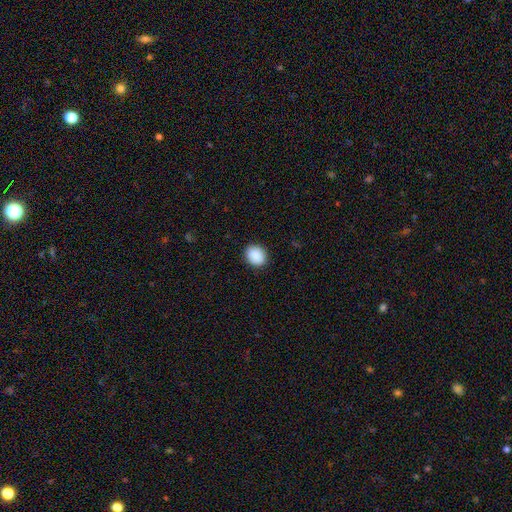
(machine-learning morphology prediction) Smooth or featured: smooth — 90% (star or artifact — 7%)
How rounded: round — 62% (in between — 37%)
Merging: none — 90% (minor disturbance — 7%)